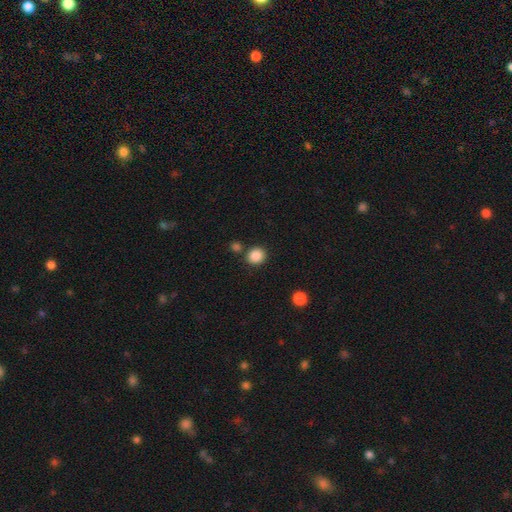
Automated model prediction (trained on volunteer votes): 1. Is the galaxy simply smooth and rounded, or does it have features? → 87% smooth, 10% star or artifact, 3% featured or disk.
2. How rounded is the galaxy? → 80% round, 19% in between, 1% cigar-shaped.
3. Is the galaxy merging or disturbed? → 81% none, 9% merger, 8% minor disturbance, 3% major disturbance.